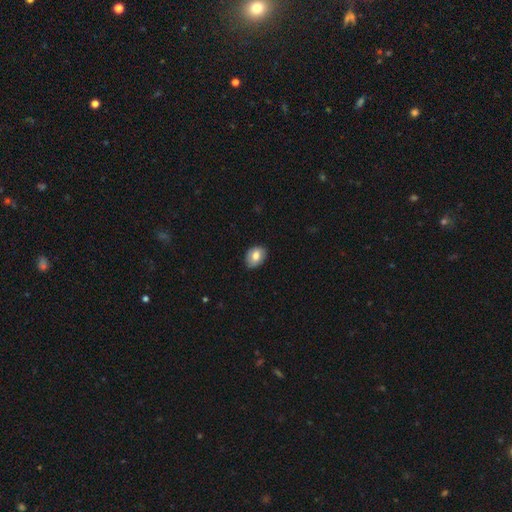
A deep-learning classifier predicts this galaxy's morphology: The model was most divided on "how rounded": in between: 74%, round: 25%, cigar-shaped: 1%. More confident: merging — none (84%); smooth or featured — smooth (76%).